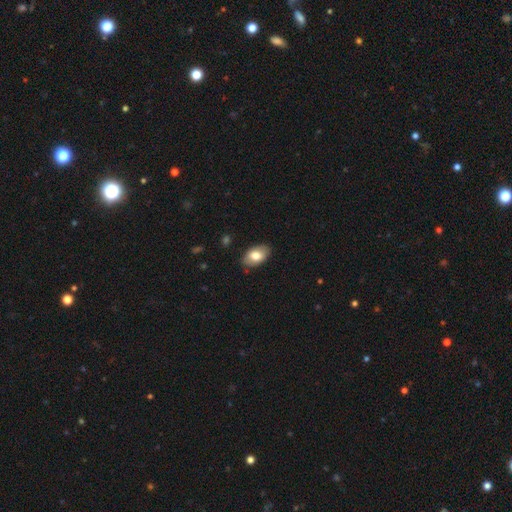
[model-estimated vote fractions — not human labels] smooth 78%, featured or disk 15%, star or artifact 7%. Down the decision tree: how rounded — in between (92%); merging — none (86%).